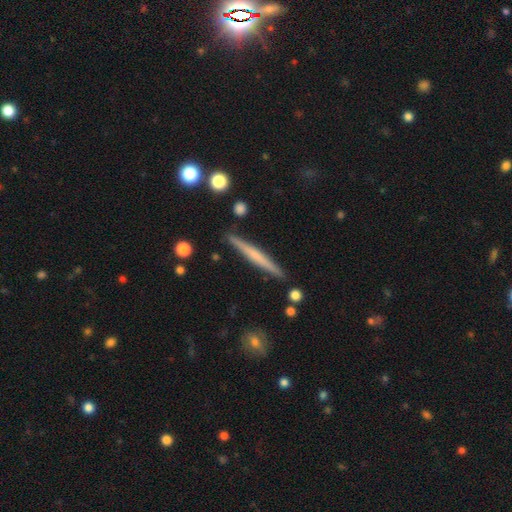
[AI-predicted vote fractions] Q: Smooth or featured?
A: featured or disk (54%); runner-up: smooth (41%)
Q: Edge-on disk?
A: yes (98%); runner-up: no (2%)
Q: Edge-on bulge?
A: none (59%); runner-up: rounded (31%)
Q: Merging?
A: none (90%); runner-up: minor disturbance (7%)